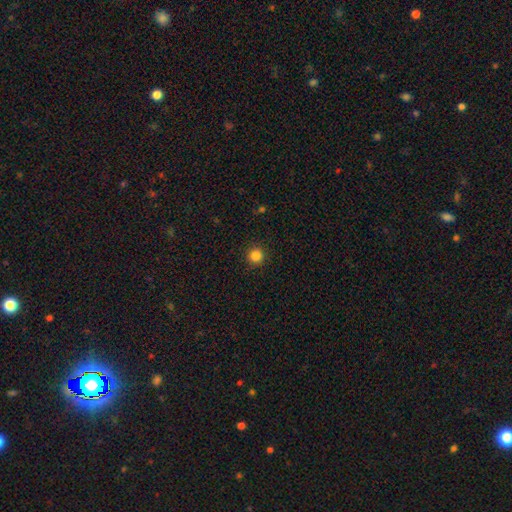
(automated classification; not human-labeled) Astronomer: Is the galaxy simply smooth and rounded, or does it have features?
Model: smooth — 85%.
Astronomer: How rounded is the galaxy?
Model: round — 95%.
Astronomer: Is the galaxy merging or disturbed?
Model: none — 92%.